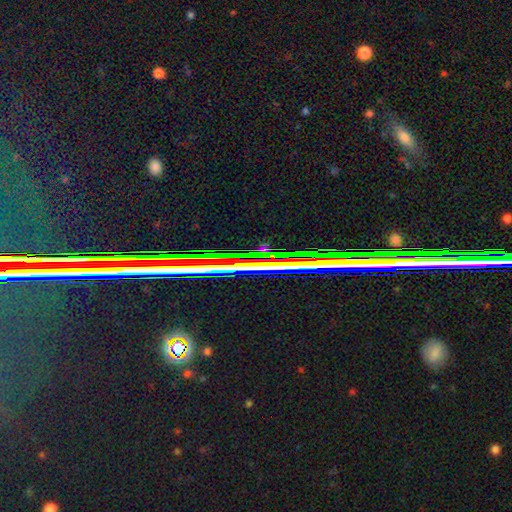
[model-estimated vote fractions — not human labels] Morphology: type=star or artifact (76%).